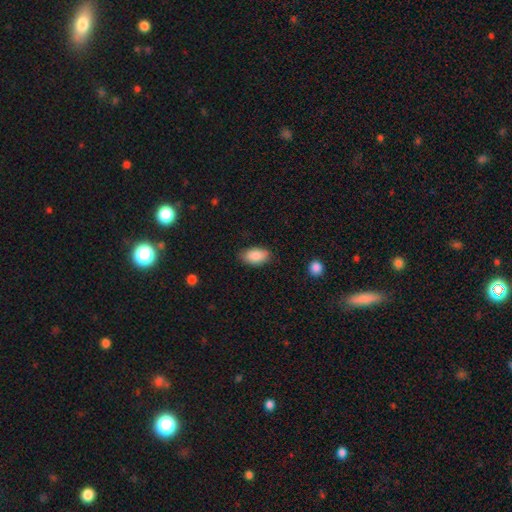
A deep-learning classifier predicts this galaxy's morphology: smooth 89%, star or artifact 7%, featured or disk 5%. Down the decision tree: how rounded — in between (93%); merging — none (81%).